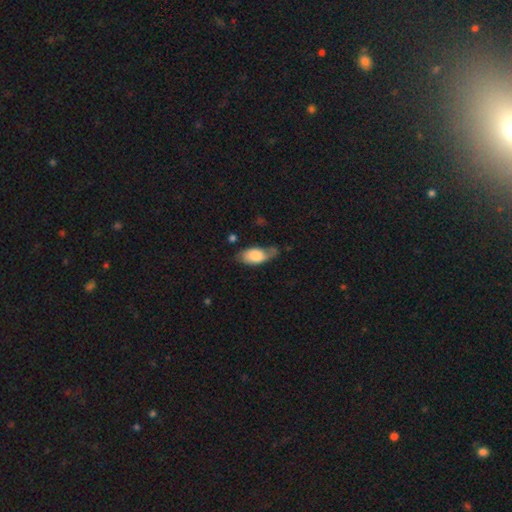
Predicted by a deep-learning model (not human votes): Smooth or featured?
  - smooth: 73% *
  - featured or disk: 21%
  - star or artifact: 6%
How rounded?
  - in between: 90% *
  - cigar-shaped: 6%
  - round: 4%
Merging?
  - none: 42% *
  - minor disturbance: 38%
  - major disturbance: 16%
  - merger: 4%